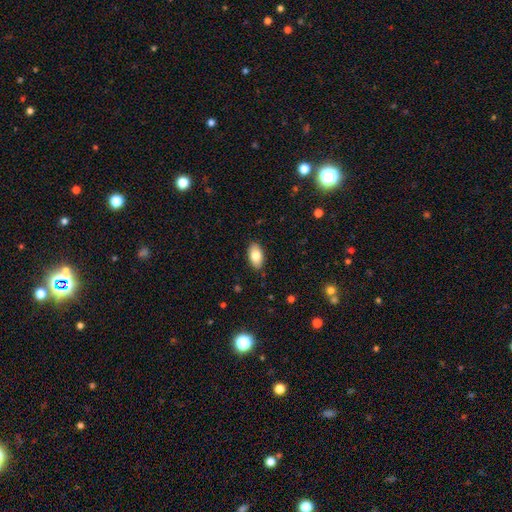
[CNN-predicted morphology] This appears to be a smooth galaxy with no disk features (82%) that is in between round and cigar-shaped (93%). Merging: none (88%).